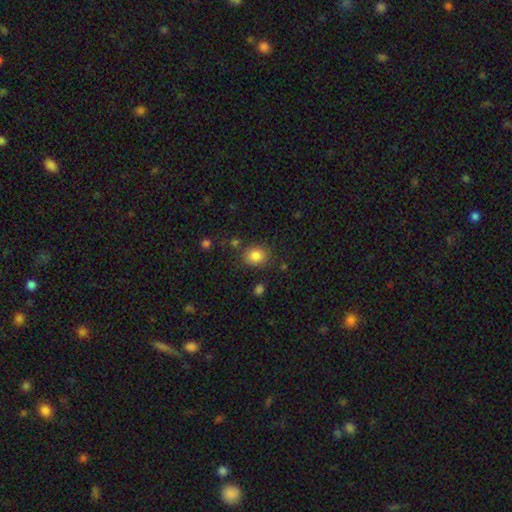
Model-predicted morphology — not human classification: Overall: smooth (85%). How rounded: round (67%; in between 32%). Merging: none (79%).